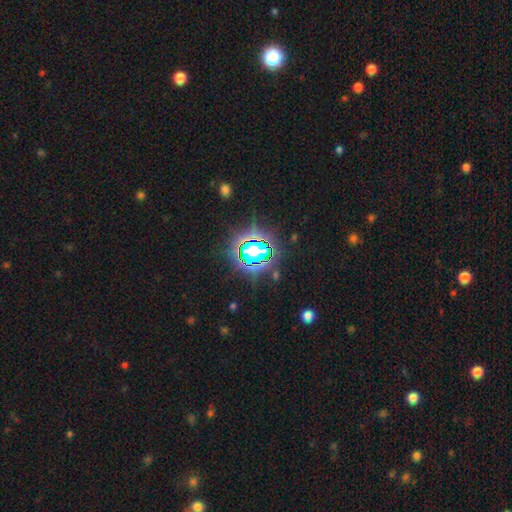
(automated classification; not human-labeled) This appears to be a star or artifact, not a galaxy (72%).